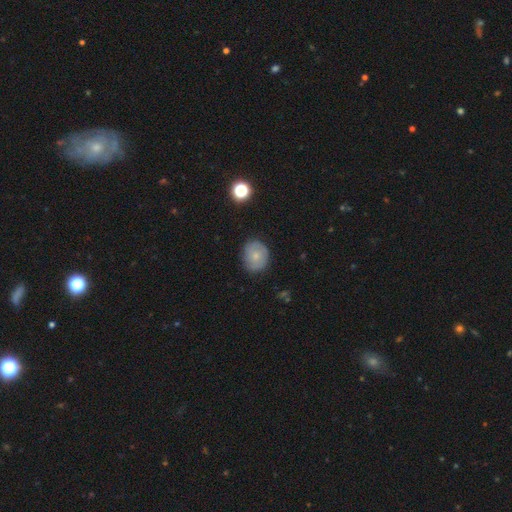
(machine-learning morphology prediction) The model was most divided on "smooth or featured": smooth: 60%, featured or disk: 31%, star or artifact: 9%. More confident: merging — none (79%); how rounded — round (71%).